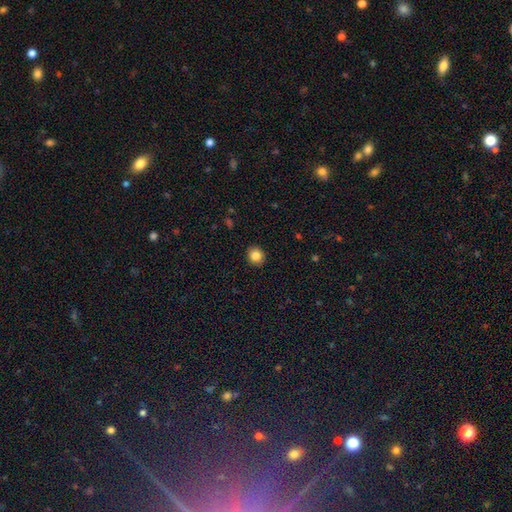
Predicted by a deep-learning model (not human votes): This is clearly a smooth galaxy (84%). How rounded: clearly round (82%). Merging: clearly none (91%).